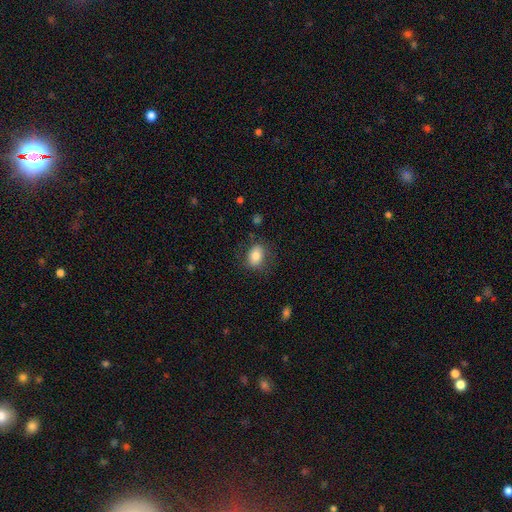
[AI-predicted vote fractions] A smooth galaxy with no disk features (80%) that is in between round and cigar-shaped (70%). Merging: none (78%).